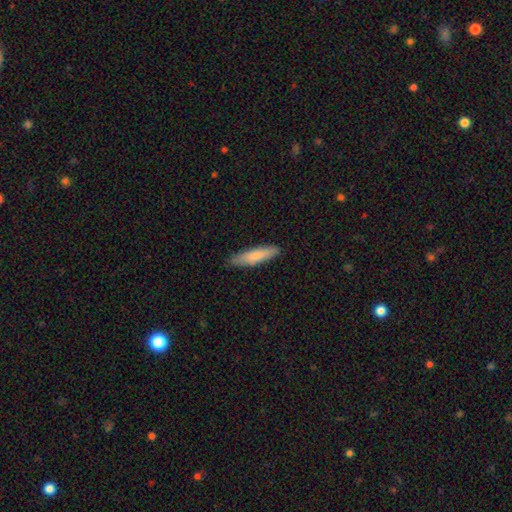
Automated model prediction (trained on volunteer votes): Smooth or featured: smooth — 79% (featured or disk — 15%)
How rounded: cigar-shaped — 77% (in between — 22%)
Merging: none — 86% (minor disturbance — 11%)